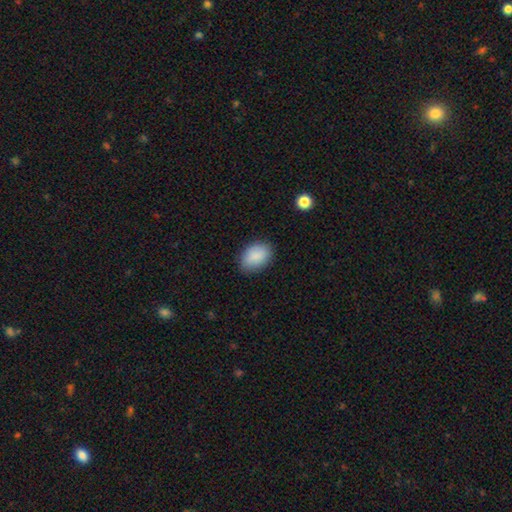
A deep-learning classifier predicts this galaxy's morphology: Smooth or featured? smooth (88%)
How rounded? in between (86%)
Merging? none (83%)